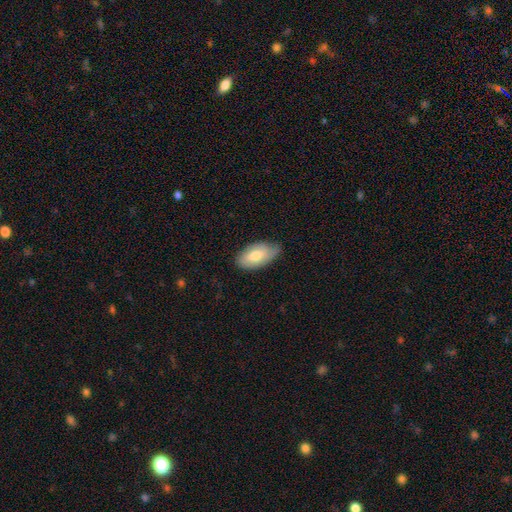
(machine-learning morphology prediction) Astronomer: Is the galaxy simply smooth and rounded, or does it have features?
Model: smooth — 70%.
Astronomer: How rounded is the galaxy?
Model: in between — 94%.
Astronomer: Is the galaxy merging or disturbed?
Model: none — 69%.